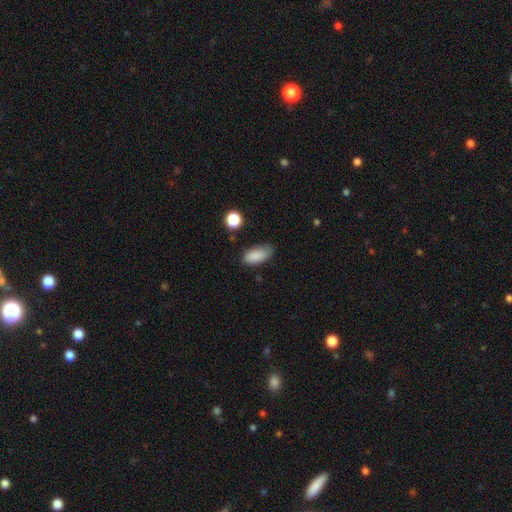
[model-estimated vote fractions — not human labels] A smooth galaxy with no disk features (87%) that is in between round and cigar-shaped (87%). Merging: none (70%).